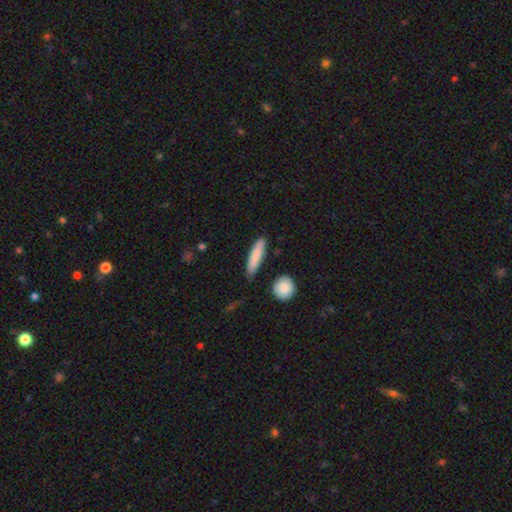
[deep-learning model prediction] The model was most divided on "how rounded": cigar-shaped: 80%, in between: 18%, round: 2%. More confident: merging — none (83%); smooth or featured — smooth (82%).